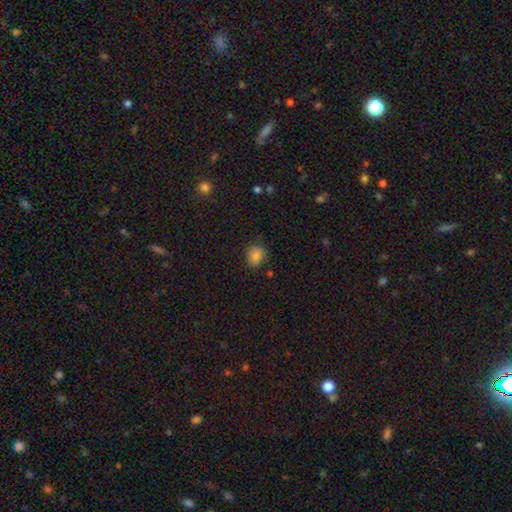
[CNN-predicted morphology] smooth_or_featured: smooth (p=0.83) [alt: star or artifact p=0.12]
how_rounded: round (p=0.70) [alt: in between p=0.29]
merging: none (p=0.78) [alt: minor disturbance p=0.16]